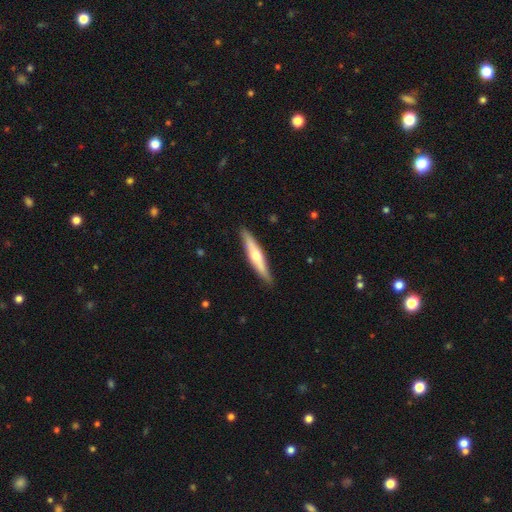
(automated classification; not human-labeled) Smooth or featured?
  - featured or disk: 52% *
  - smooth: 43%
  - star or artifact: 5%
Edge-on disk?
  - yes: 93% *
  - no: 7%
Merging?
  - none: 88% *
  - minor disturbance: 9%
  - major disturbance: 2%
  - merger: 1%